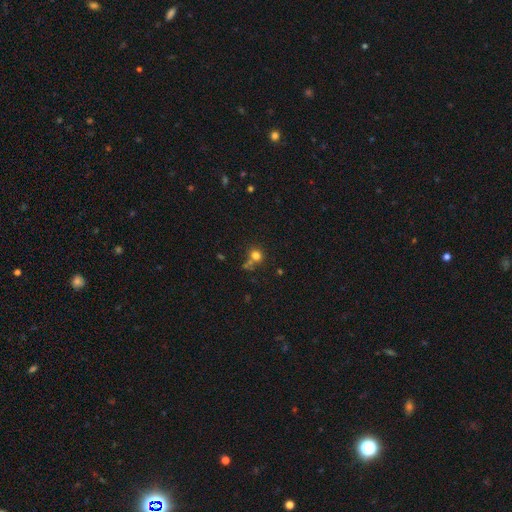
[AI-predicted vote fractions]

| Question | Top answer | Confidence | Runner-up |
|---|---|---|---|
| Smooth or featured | smooth | 75% | star or artifact (16%) |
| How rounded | round | 81% | in between (18%) |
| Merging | none | 58% | merger (22%) |